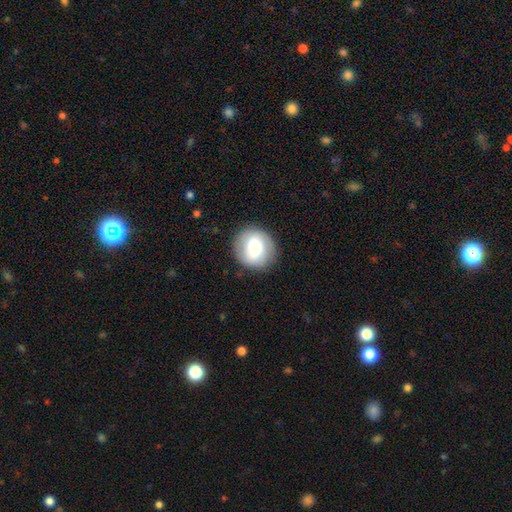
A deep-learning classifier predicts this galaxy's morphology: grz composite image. It shows a smooth galaxy with no disk features (62%) that is round (85%). Merging: none (86%).